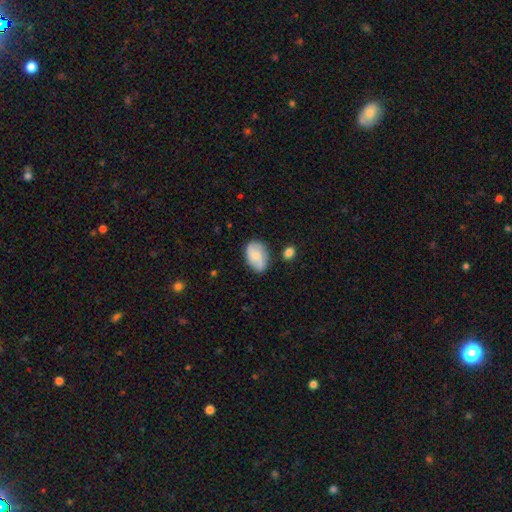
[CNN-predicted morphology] A smooth galaxy with no disk features (62%) that is in between round and cigar-shaped (84%). Merging: none (63%).